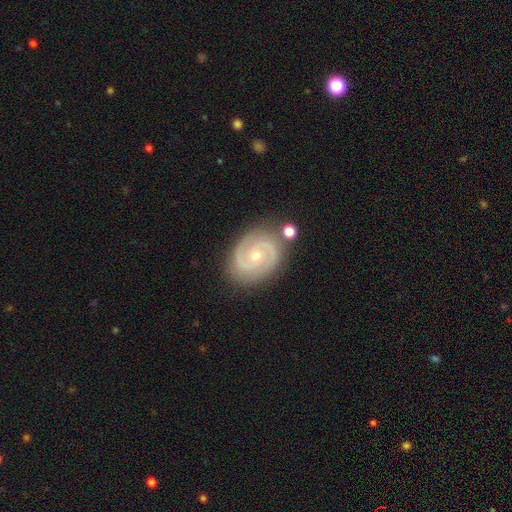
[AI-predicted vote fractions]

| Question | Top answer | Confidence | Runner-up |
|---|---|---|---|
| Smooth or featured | featured or disk | 89% | smooth (5%) |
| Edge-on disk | no | 98% | yes (2%) |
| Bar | no | 60% | weak (32%) |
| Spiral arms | yes | 98% | no (2%) |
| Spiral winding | tight | 53% | medium (42%) |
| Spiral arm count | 2 | 91% | 3 (3%) |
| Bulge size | small | 58% | moderate (38%) |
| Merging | none | 83% | minor disturbance (11%) |